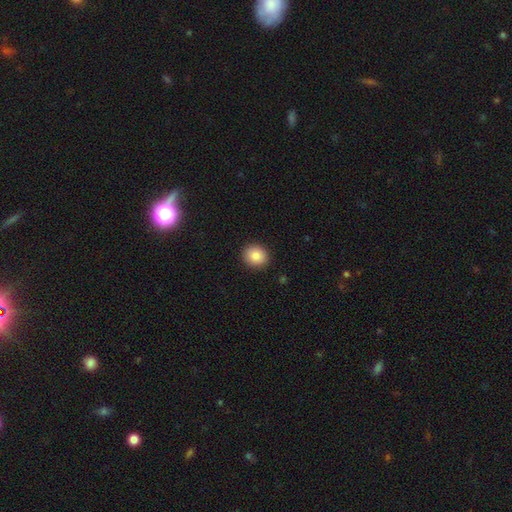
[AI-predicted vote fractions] This is clearly a smooth galaxy (86%). How rounded: clearly round (87%). Merging: clearly none (91%).